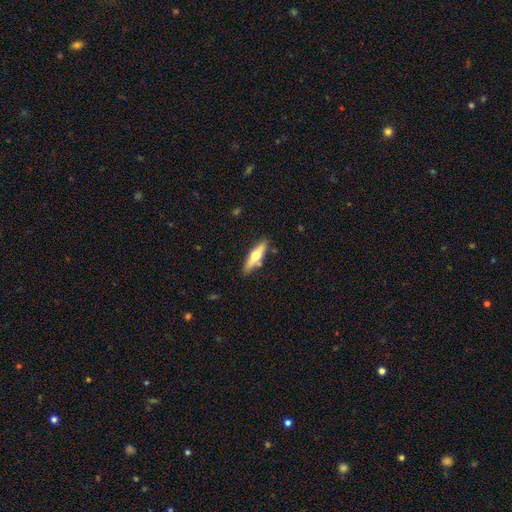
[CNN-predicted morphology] smooth-or-featured: featured or disk: 51% | smooth: 43% | star or artifact: 6%
  disk-edge-on: yes: 91% | no: 9%
  merging: none: 84% | minor disturbance: 11% | merger: 4% | major disturbance: 2%